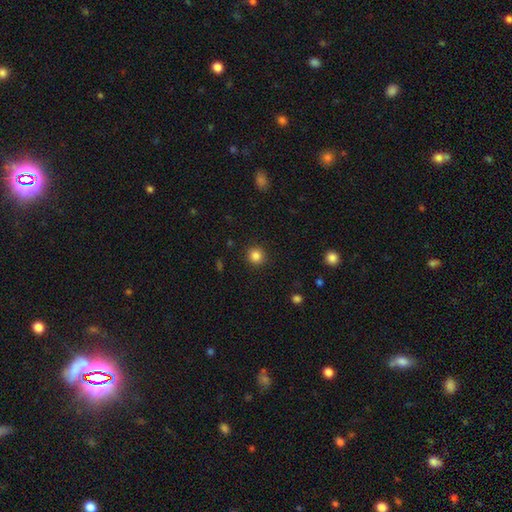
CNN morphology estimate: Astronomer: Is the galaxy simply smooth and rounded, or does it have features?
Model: smooth — 85%.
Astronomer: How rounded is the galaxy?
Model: round — 93%.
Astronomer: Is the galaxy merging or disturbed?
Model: none — 91%.